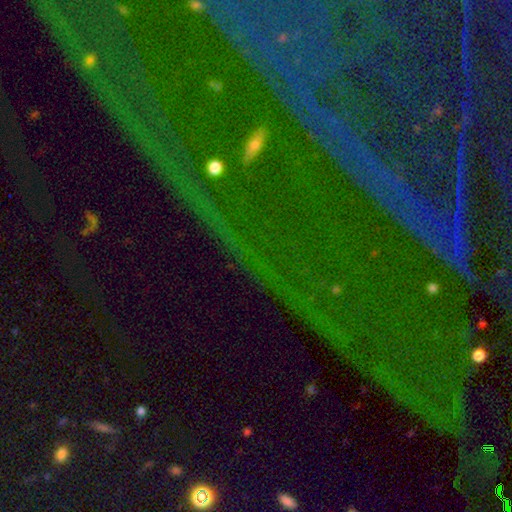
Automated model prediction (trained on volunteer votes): This is likely a star or artifact rather than a galaxy (69%).